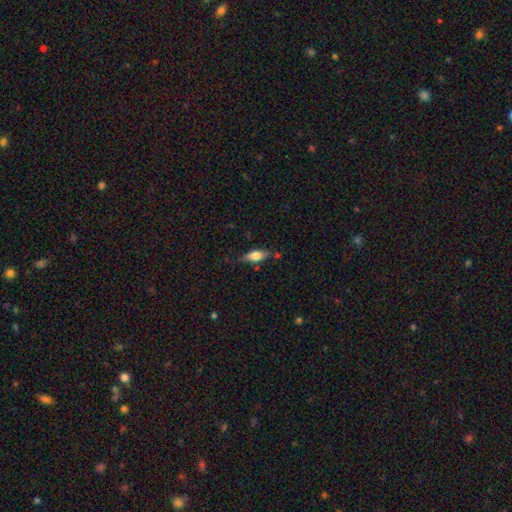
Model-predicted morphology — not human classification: smooth 61%, featured or disk 32%, star or artifact 7%. Down the decision tree: how rounded — in between (73%); merging — none (70%).